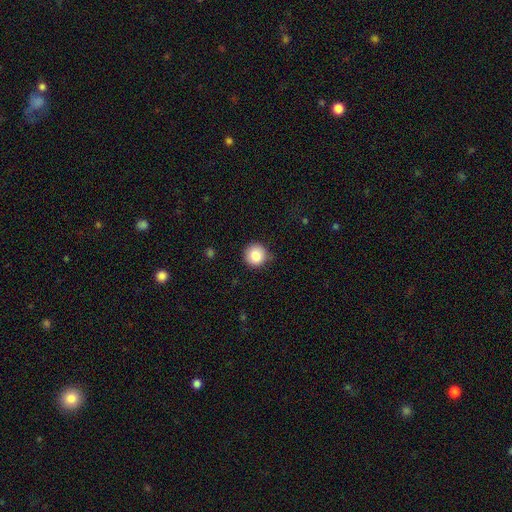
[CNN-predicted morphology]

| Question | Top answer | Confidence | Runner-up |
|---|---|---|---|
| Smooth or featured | smooth | 85% | star or artifact (9%) |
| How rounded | round | 95% | in between (4%) |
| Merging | none | 83% | minor disturbance (13%) |